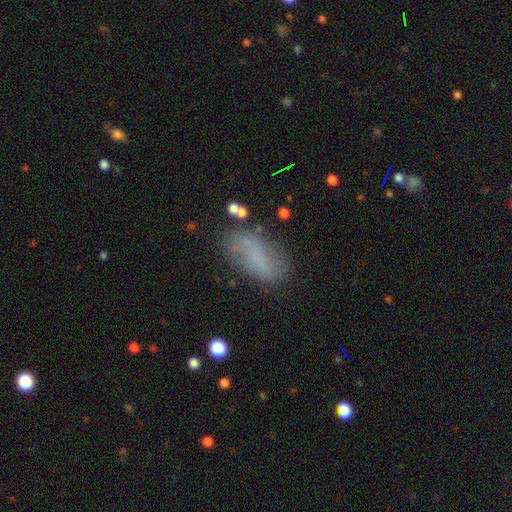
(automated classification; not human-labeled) smooth_or_featured: smooth (p=0.59) [alt: featured or disk p=0.29]
how_rounded: in between (p=0.87) [alt: cigar-shaped p=0.08]
merging: none (p=0.61) [alt: minor disturbance p=0.24]